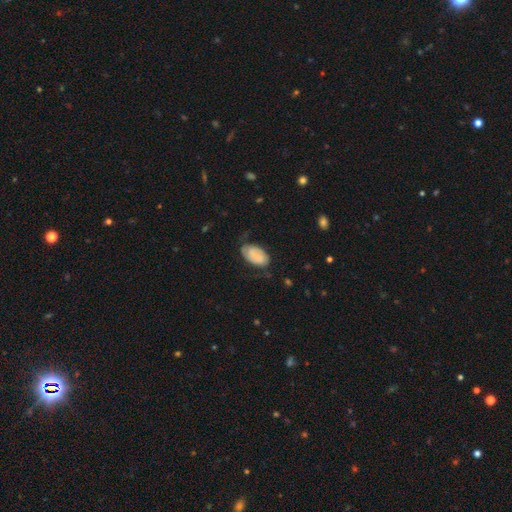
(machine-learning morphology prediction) This appears to be a smooth galaxy with no disk features (54%) that is in between round and cigar-shaped (93%). Merging: none (55%).